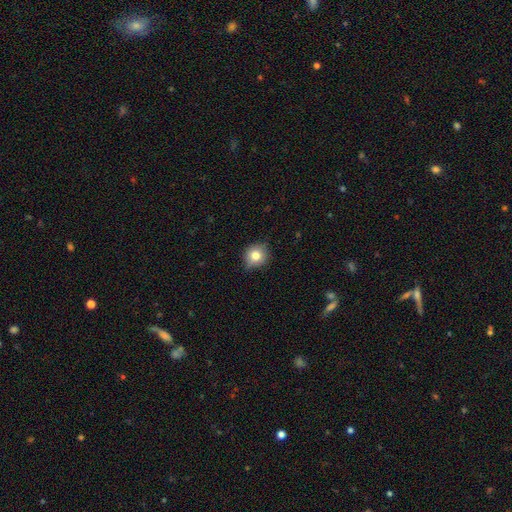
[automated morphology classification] Smooth or featured? smooth (77%)
How rounded? round (86%)
Merging? none (79%)